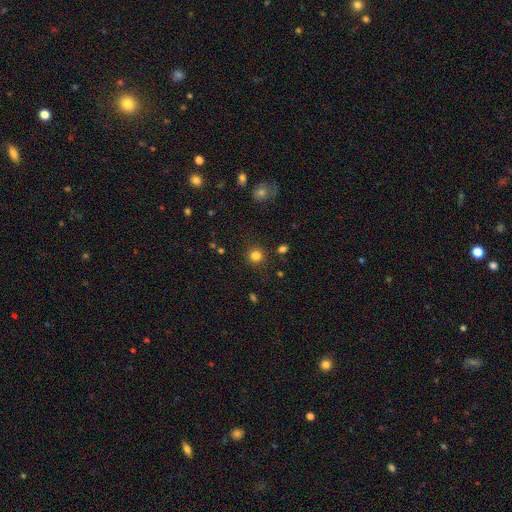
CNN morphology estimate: A smooth galaxy with no disk features (81%) that is round (93%). Merging: none (90%).